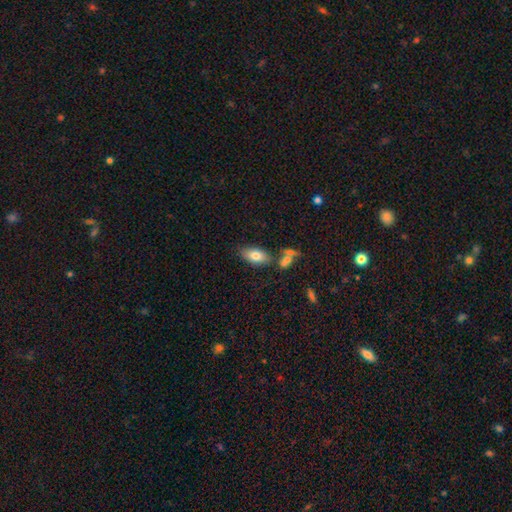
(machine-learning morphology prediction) Smooth or featured? Predicted: smooth (p=0.79). How rounded? Predicted: in between (p=0.92). Merging? Predicted: none (p=0.72).